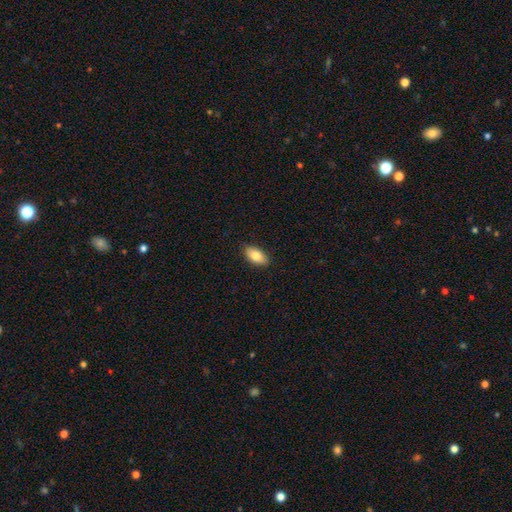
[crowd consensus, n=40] Smooth or featured? 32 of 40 (80%) said smooth. How rounded? 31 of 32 (97%) said in between. Merging? 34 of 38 (89%) said none.